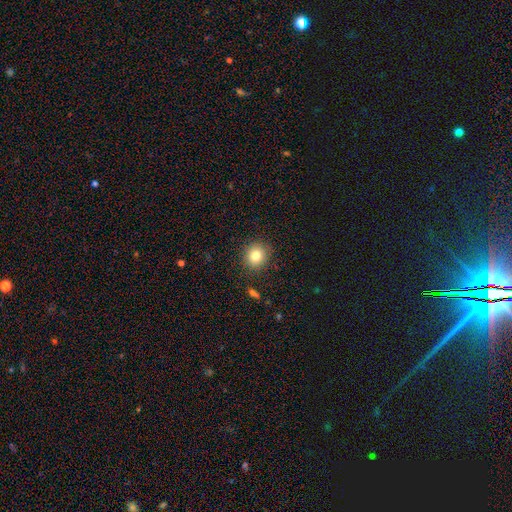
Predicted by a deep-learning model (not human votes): Smooth or featured: smooth — 81% (star or artifact — 11%)
How rounded: round — 86% (in between — 13%)
Merging: none — 89% (minor disturbance — 8%)